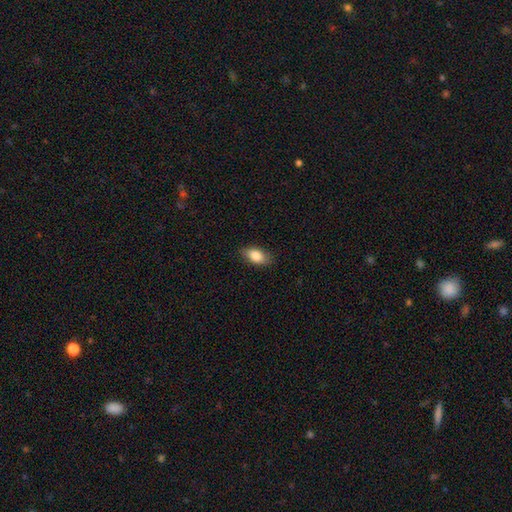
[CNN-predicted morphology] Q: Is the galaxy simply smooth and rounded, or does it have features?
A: smooth — 84%.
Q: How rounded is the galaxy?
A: in between — 90%.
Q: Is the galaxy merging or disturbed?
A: none — 86%.